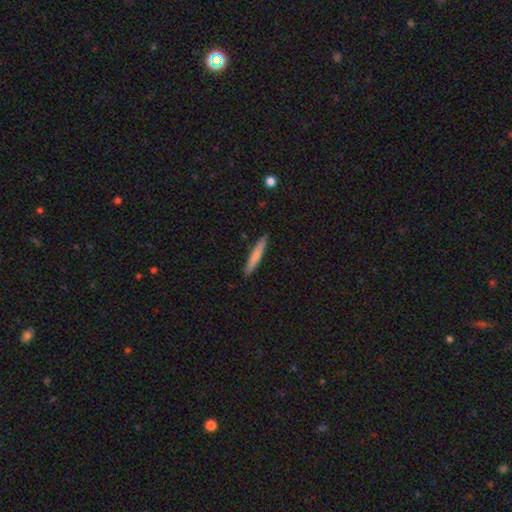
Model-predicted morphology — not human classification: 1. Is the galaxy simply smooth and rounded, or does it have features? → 73% smooth, 21% featured or disk, 5% star or artifact.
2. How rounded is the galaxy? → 94% cigar-shaped, 4% in between, 1% round.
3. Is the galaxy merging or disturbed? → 90% none, 7% minor disturbance, 1% major disturbance, 1% merger.